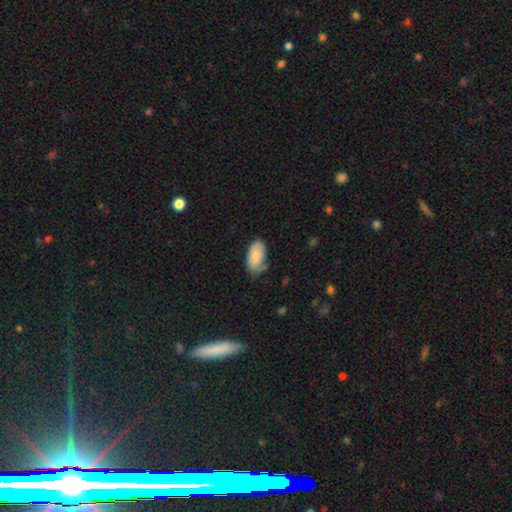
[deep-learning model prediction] Smooth or featured: smooth — 84% (featured or disk — 10%)
How rounded: in between — 95% (cigar-shaped — 3%)
Merging: none — 62% (minor disturbance — 29%)